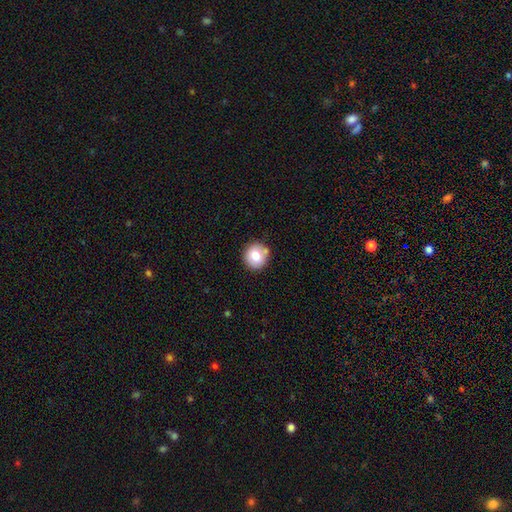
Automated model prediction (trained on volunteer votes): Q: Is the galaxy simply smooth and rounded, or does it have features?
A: smooth — 76%.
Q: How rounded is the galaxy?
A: round — 91%.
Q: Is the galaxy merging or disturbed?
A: none — 81%.